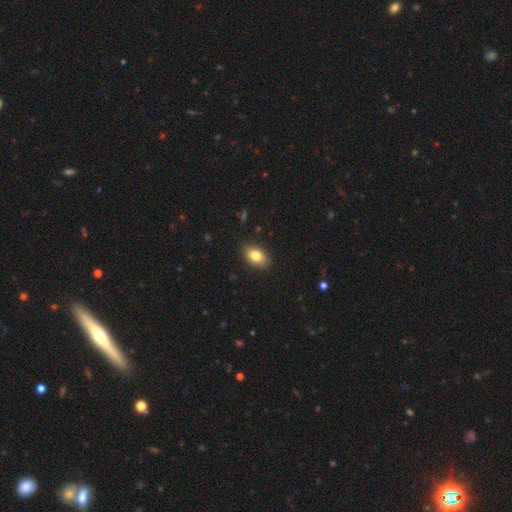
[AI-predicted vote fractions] smooth_or_featured: smooth (p=0.81) [alt: featured or disk p=0.11]
how_rounded: in between (p=0.86) [alt: round p=0.12]
merging: none (p=0.87) [alt: minor disturbance p=0.09]